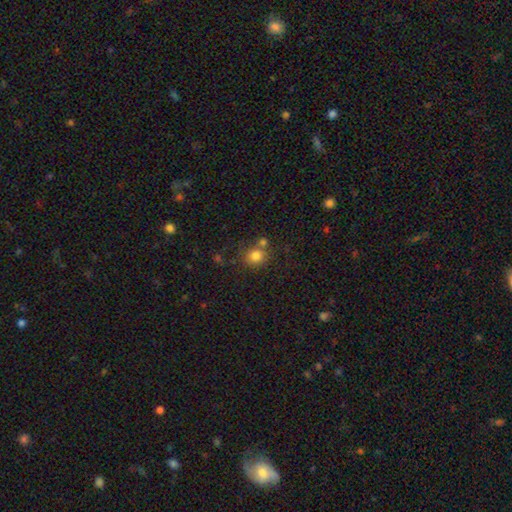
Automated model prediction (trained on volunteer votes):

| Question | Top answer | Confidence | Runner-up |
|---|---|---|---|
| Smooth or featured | smooth | 81% | star or artifact (12%) |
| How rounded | round | 79% | in between (20%) |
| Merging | none | 64% | merger (20%) |